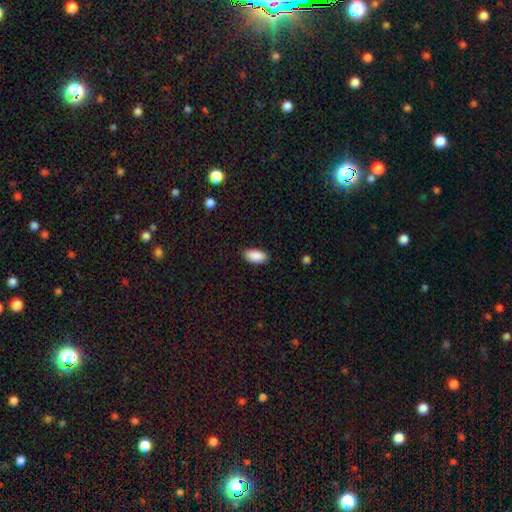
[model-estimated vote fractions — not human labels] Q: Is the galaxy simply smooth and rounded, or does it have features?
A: smooth — 90%.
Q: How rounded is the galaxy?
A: in between — 93%.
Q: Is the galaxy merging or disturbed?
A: none — 87%.